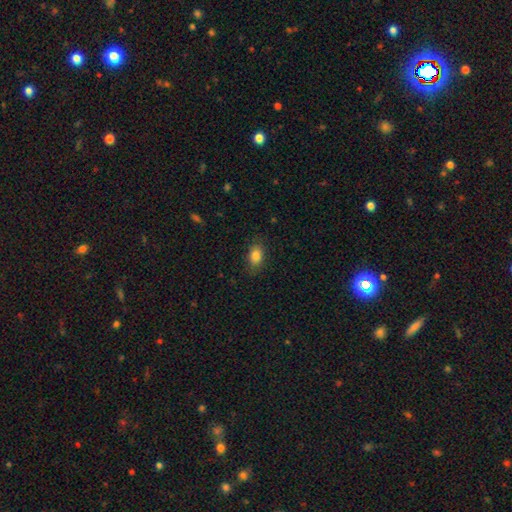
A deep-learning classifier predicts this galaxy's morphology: A smooth galaxy with no disk features (84%) that is in between round and cigar-shaped (82%).

Vote fractions:
- Smooth or featured? smooth: 84% / star or artifact: 9% / featured or disk: 7%
- How rounded? in between: 82% / round: 15% / cigar-shaped: 2%
- Merging? none: 82% / minor disturbance: 13% / major disturbance: 3% / merger: 1%